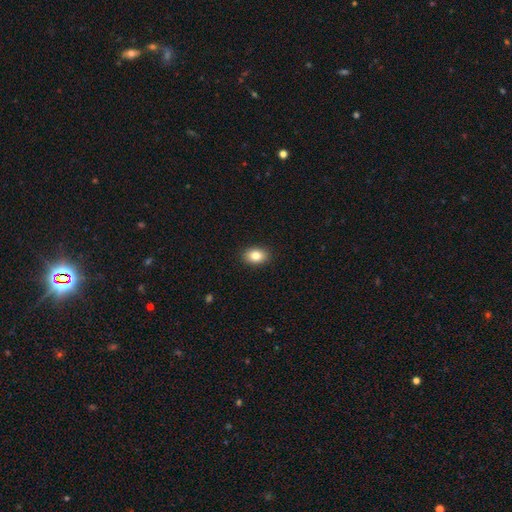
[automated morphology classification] smooth-or-featured: smooth: 83% | star or artifact: 9% | featured or disk: 8%
  how-rounded: in between: 80% | round: 19% | cigar-shaped: 1%
  merging: none: 90% | minor disturbance: 7% | major disturbance: 2% | merger: 1%